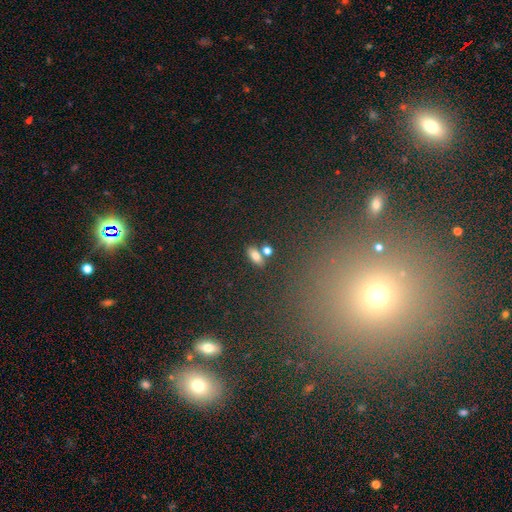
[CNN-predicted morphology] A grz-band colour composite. It shows a smooth galaxy with no disk features (78%) that is in between round and cigar-shaped (86%). Merging: none (72%).